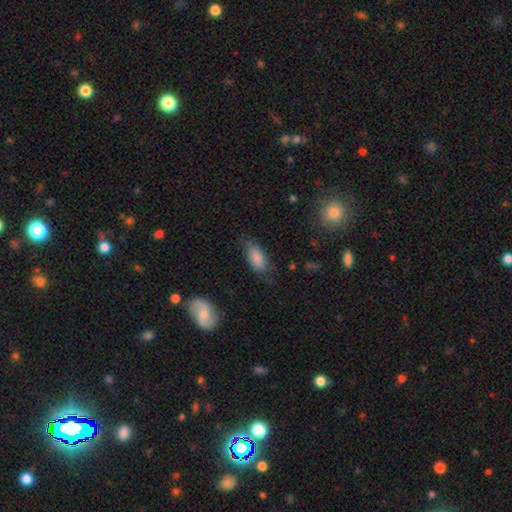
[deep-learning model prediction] Smooth or featured?
  - smooth: 82% *
  - featured or disk: 10%
  - star or artifact: 8%
How rounded?
  - in between: 87% *
  - cigar-shaped: 10%
  - round: 3%
Merging?
  - none: 62% *
  - minor disturbance: 27%
  - major disturbance: 8%
  - merger: 2%